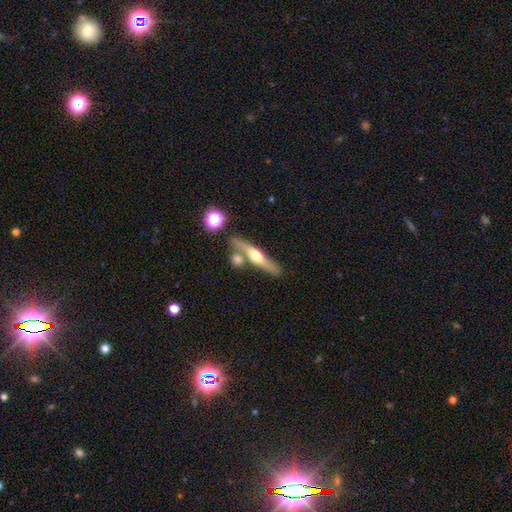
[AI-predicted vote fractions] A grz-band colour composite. It shows a featured or disk galaxy (62%) viewed edge-on (91%) with a rounded central bulge (94%). Merging: none (68%).